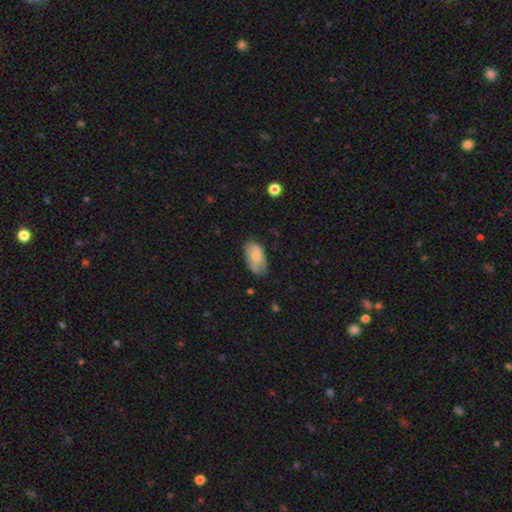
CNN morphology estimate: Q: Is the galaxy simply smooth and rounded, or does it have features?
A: smooth — 67%.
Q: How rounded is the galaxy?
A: in between — 93%.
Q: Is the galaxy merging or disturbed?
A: none — 53%.